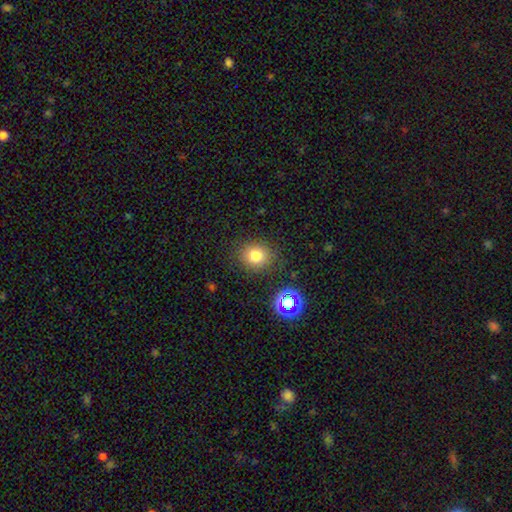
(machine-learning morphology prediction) type=smooth (76%); roundness=round (78%); merging=none (83%).